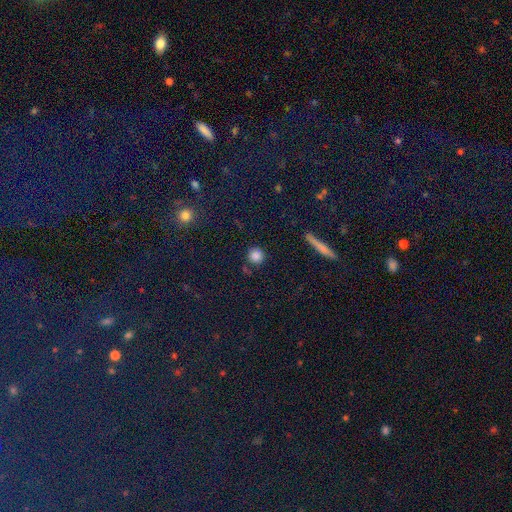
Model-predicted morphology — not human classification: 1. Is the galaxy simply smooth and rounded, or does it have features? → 83% smooth, 12% star or artifact, 6% featured or disk.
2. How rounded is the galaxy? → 92% round, 6% in between, 2% cigar-shaped.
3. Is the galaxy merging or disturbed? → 83% none, 9% minor disturbance, 5% merger, 3% major disturbance.